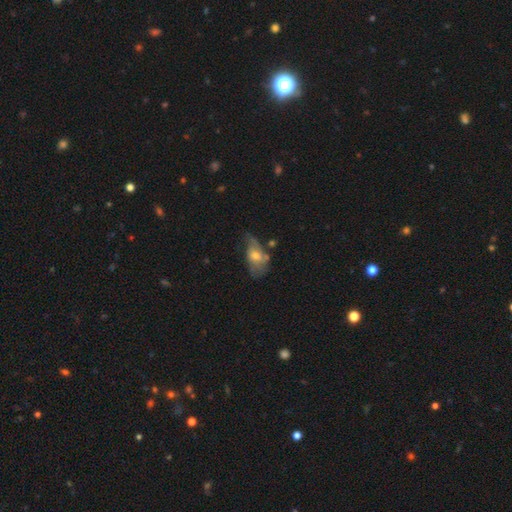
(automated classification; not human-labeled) Overall: smooth (46%, tied with featured or disk). Merging: none (32%; minor disturbance 30%).